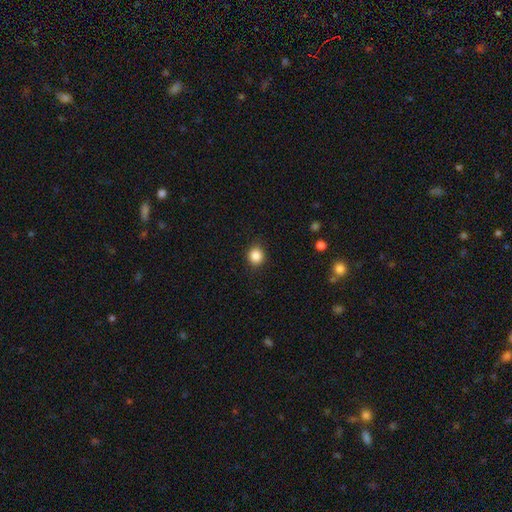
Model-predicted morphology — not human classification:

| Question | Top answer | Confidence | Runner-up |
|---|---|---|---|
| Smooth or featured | smooth | 86% | star or artifact (10%) |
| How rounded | round | 86% | in between (13%) |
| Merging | none | 89% | minor disturbance (7%) |